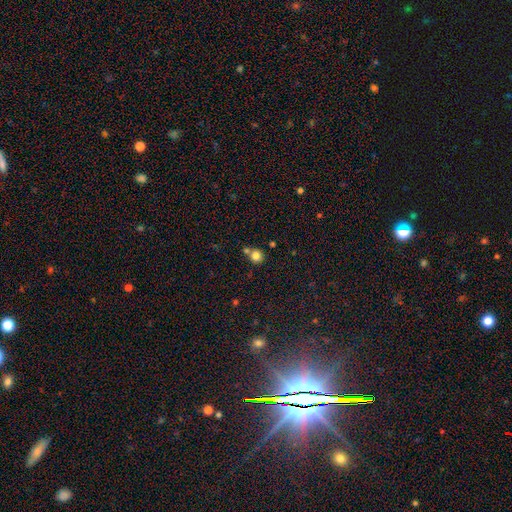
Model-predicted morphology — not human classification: The model was most divided on "merging": none: 61%, merger: 27%, minor disturbance: 9%, major disturbance: 3%. More confident: how rounded — round (90%); smooth or featured — smooth (81%).